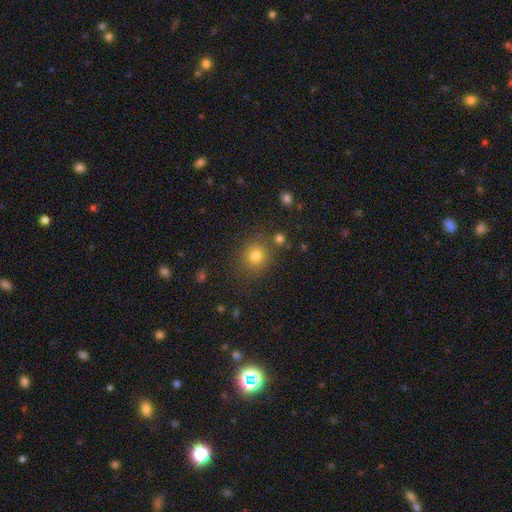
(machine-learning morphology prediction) Smooth or featured: smooth — 79% (star or artifact — 14%)
How rounded: round — 83% (in between — 16%)
Merging: none — 81% (minor disturbance — 10%)